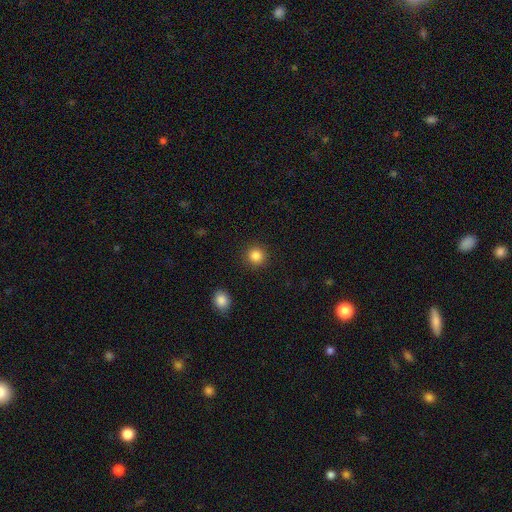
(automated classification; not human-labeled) Morphology: type=smooth (85%); roundness=round (93%); merging=none (91%).